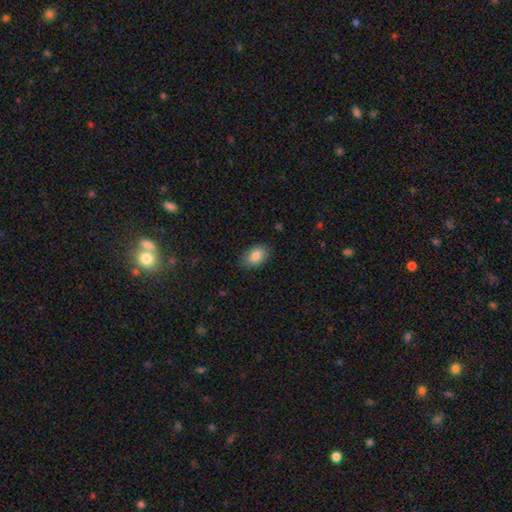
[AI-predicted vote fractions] Q: Smooth or featured?
A: smooth (85%); runner-up: featured or disk (8%)
Q: How rounded?
A: in between (89%); runner-up: round (9%)
Q: Merging?
A: none (85%); runner-up: minor disturbance (11%)